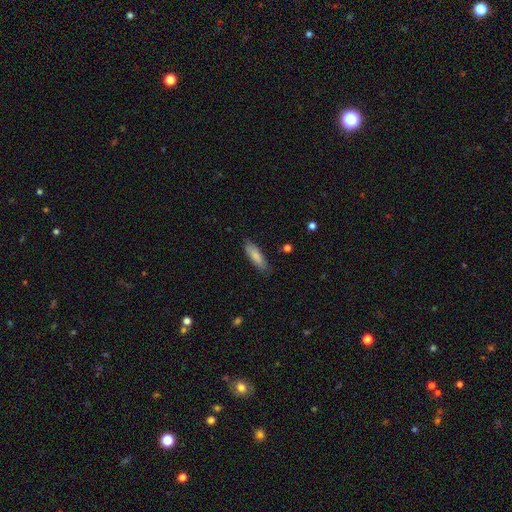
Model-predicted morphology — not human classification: type=smooth (83%); roundness=cigar-shaped (55%); merging=none (83%).